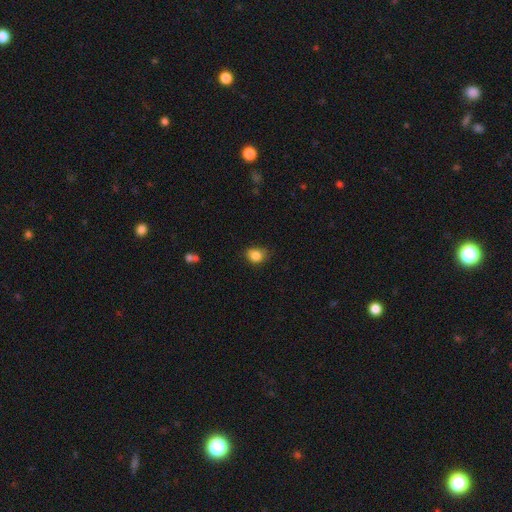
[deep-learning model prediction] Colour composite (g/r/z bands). It shows a smooth galaxy with no disk features (83%) that is round (54%). Merging: none (64%).